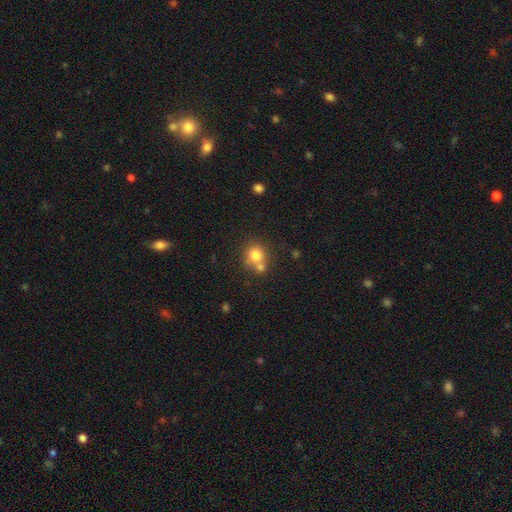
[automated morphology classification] A smooth galaxy with no disk features (77%) that is round (85%).

Vote fractions:
- Smooth or featured? smooth: 77% / star or artifact: 12% / featured or disk: 11%
- How rounded? round: 85% / in between: 14% / cigar-shaped: 1%
- Merging? none: 50% / merger: 37% / minor disturbance: 10% / major disturbance: 4%